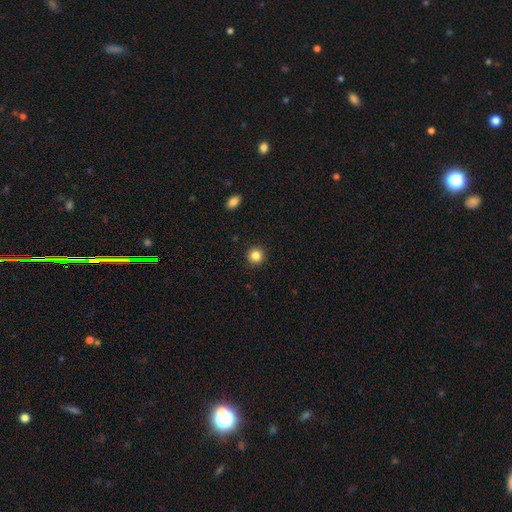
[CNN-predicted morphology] Smooth or featured?
  - smooth: 85% *
  - star or artifact: 11%
  - featured or disk: 4%
How rounded?
  - round: 94% *
  - in between: 5%
  - cigar-shaped: 1%
Merging?
  - none: 92% *
  - minor disturbance: 5%
  - major disturbance: 2%
  - merger: 1%